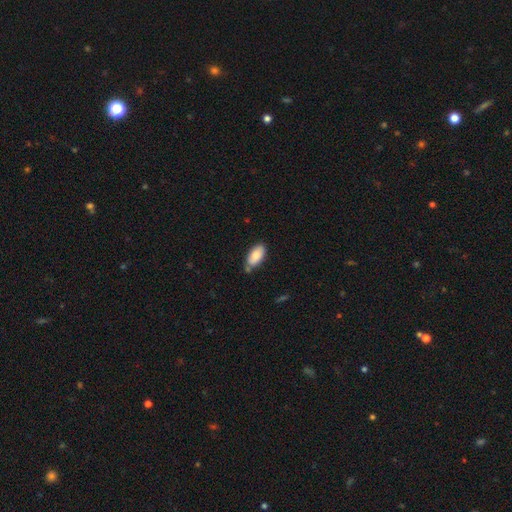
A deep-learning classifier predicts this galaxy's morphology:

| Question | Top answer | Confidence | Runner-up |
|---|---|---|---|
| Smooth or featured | smooth | 82% | featured or disk (12%) |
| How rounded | in between | 92% | cigar-shaped (6%) |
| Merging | none | 67% | minor disturbance (21%) |